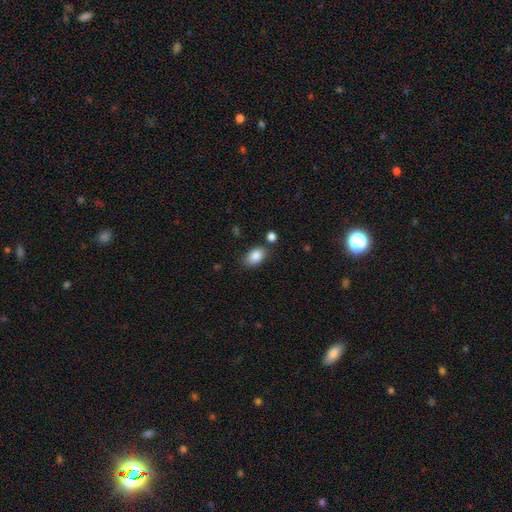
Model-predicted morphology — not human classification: type=smooth (86%); roundness=in between (89%); merging=none (76%).